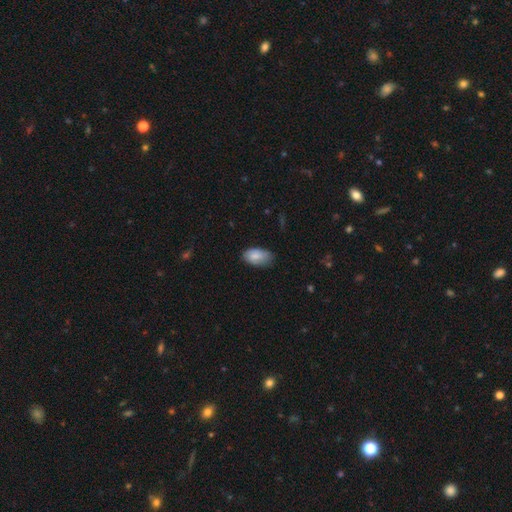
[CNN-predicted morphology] Overall: smooth (84%). How rounded: in between (94%). Merging: none (68%).